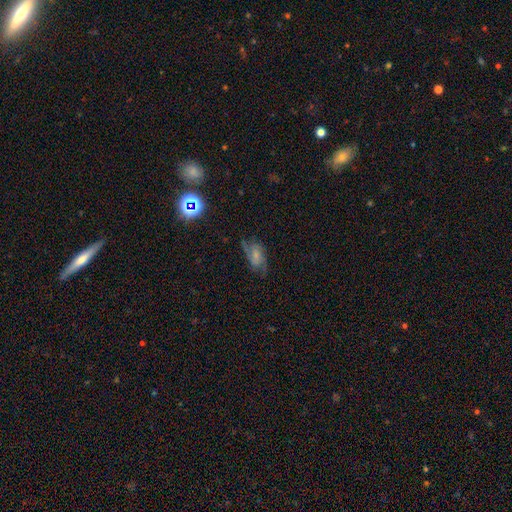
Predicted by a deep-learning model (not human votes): A featured or disk galaxy (55%) with no bar (55%), spiral arms (85%) and a small central bulge (41%). Merging: none (55%).